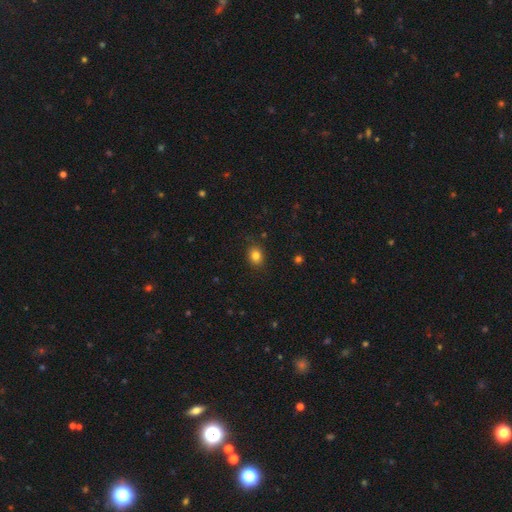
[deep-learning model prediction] smooth-or-featured: smooth: 82% | star or artifact: 12% | featured or disk: 6%
  how-rounded: round: 54% | in between: 45% | cigar-shaped: 1%
  merging: none: 84% | minor disturbance: 12% | major disturbance: 3% | merger: 1%